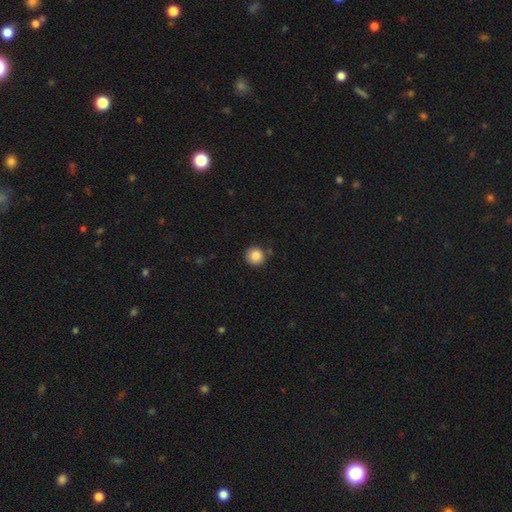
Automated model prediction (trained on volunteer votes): This appears to be a smooth galaxy with no disk features (86%) that is round (94%). Merging: none (86%).